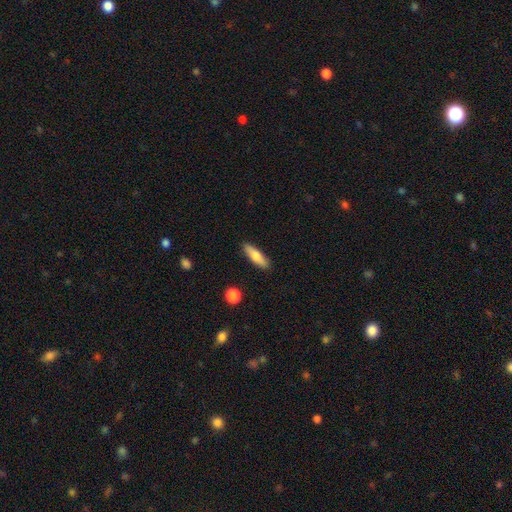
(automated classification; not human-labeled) Morphology: type=smooth (68%); roundness=cigar-shaped (61%); merging=none (87%).